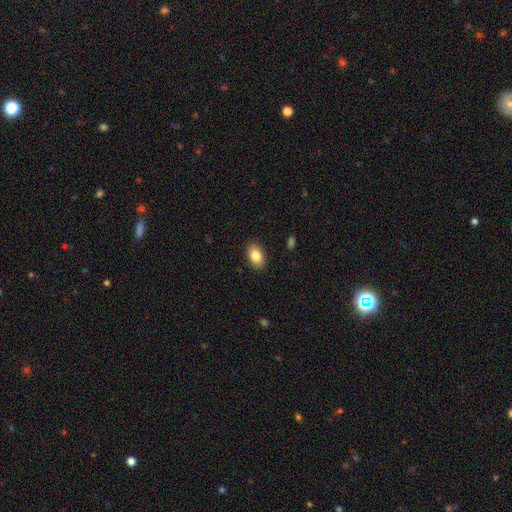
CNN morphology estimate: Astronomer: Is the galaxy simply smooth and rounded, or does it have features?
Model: smooth — 83%.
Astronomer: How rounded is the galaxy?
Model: in between — 89%.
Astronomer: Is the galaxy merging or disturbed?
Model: none — 89%.